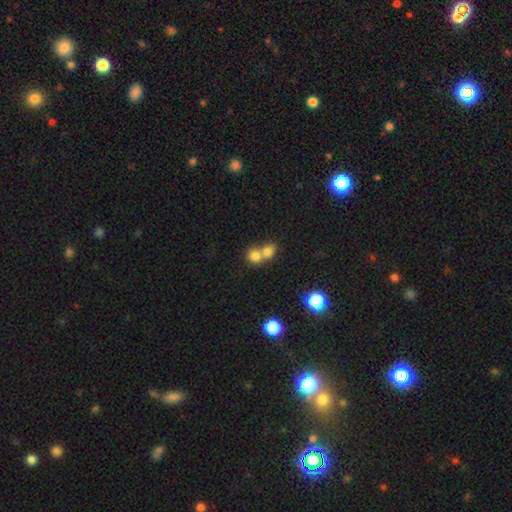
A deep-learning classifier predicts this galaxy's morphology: smooth_or_featured: smooth (p=0.78) [alt: star or artifact p=0.12]
how_rounded: round (p=0.76) [alt: in between p=0.23]
merging: merger (p=0.62) [alt: none p=0.31]